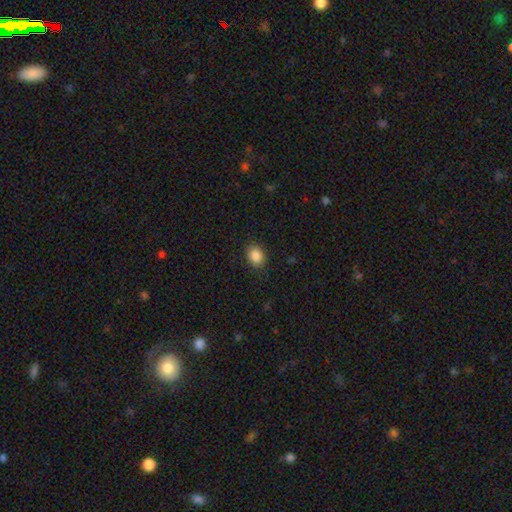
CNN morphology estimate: Q: Smooth or featured?
A: smooth (87%); runner-up: star or artifact (9%)
Q: How rounded?
A: in between (56%); runner-up: round (43%)
Q: Merging?
A: none (87%); runner-up: minor disturbance (9%)